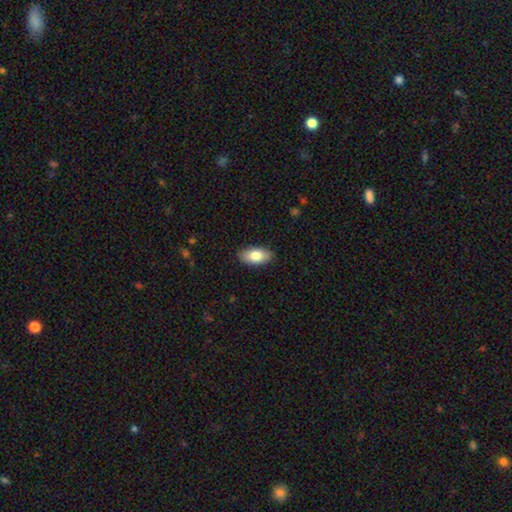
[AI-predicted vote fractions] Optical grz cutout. It shows a smooth galaxy with no disk features (79%) that is in between round and cigar-shaped (92%). Merging: none (88%).